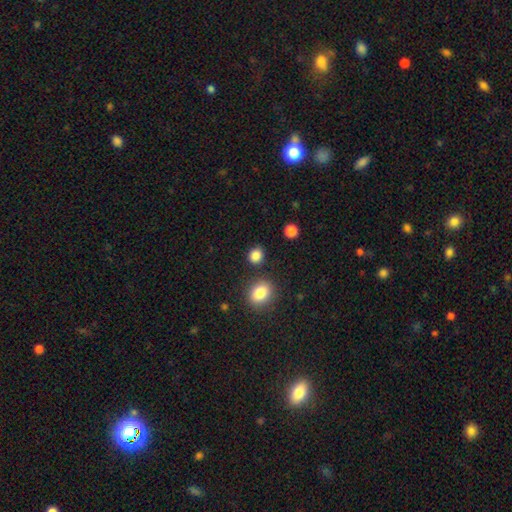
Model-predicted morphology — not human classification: A smooth galaxy with no disk features (85%) that is round (76%). Merging: none (84%).